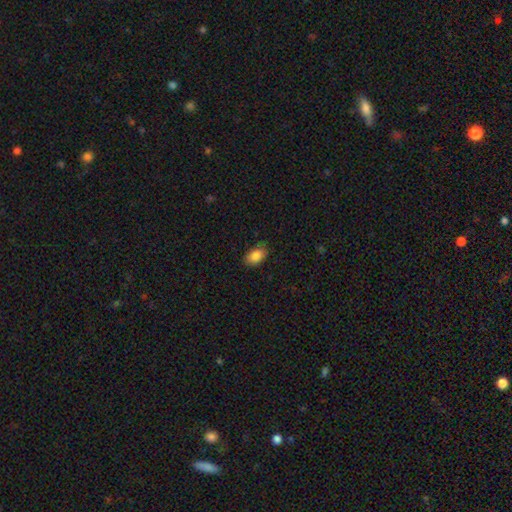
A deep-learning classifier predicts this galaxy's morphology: Smooth or featured?
  - smooth: 87% *
  - star or artifact: 8%
  - featured or disk: 6%
How rounded?
  - in between: 89% *
  - round: 9%
  - cigar-shaped: 1%
Merging?
  - none: 80% *
  - minor disturbance: 16%
  - major disturbance: 3%
  - merger: 1%